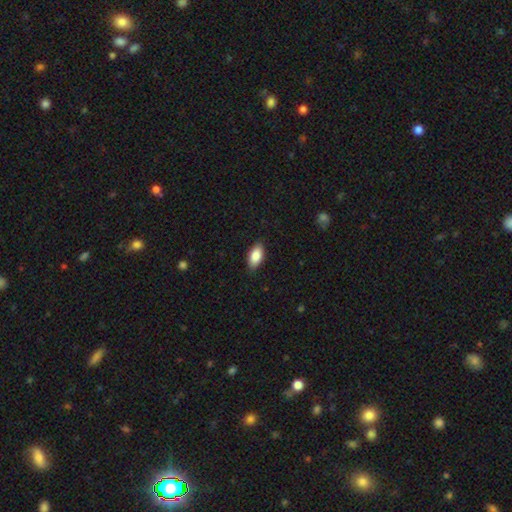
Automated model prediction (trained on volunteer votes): smooth 85%, featured or disk 8%, star or artifact 7%. Down the decision tree: how rounded — in between (91%); merging — none (87%).